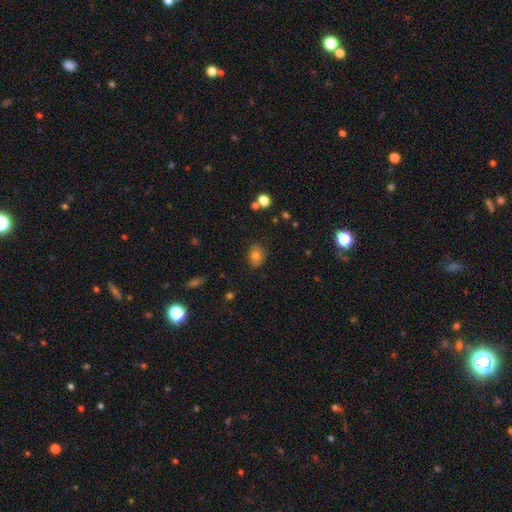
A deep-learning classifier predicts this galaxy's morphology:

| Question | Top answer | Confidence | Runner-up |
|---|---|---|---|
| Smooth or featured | smooth | 79% | star or artifact (12%) |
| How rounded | in between | 63% | round (36%) |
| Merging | none | 81% | minor disturbance (14%) |